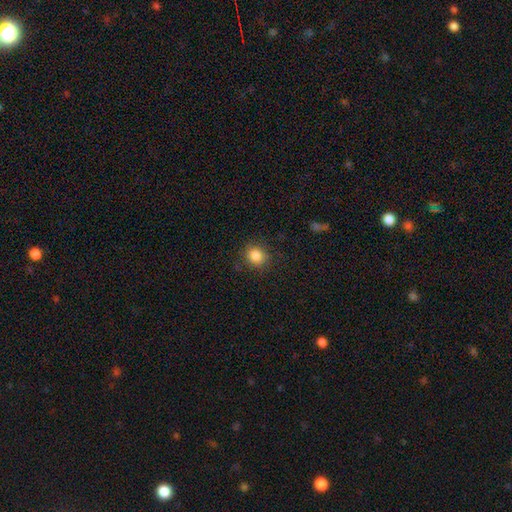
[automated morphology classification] Smooth or featured? smooth (85%)
How rounded? round (77%)
Merging? none (84%)